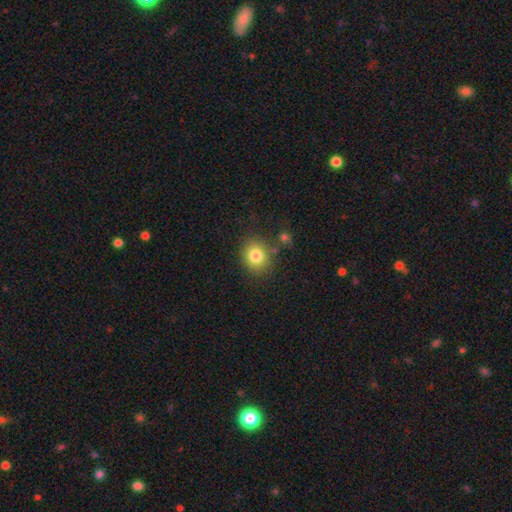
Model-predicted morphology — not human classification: This is clearly a smooth galaxy (81%). How rounded: likely round (67%). Merging: likely none (80%).